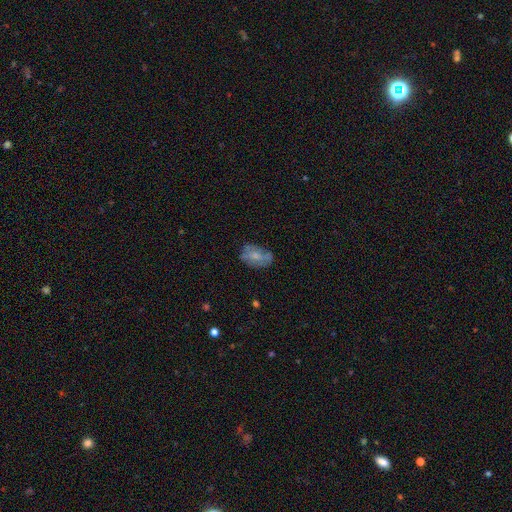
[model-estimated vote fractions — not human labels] smooth-or-featured: smooth: 47% | featured or disk: 44% | star or artifact: 9%
  merging: none: 63% | minor disturbance: 24% | major disturbance: 11% | merger: 2%